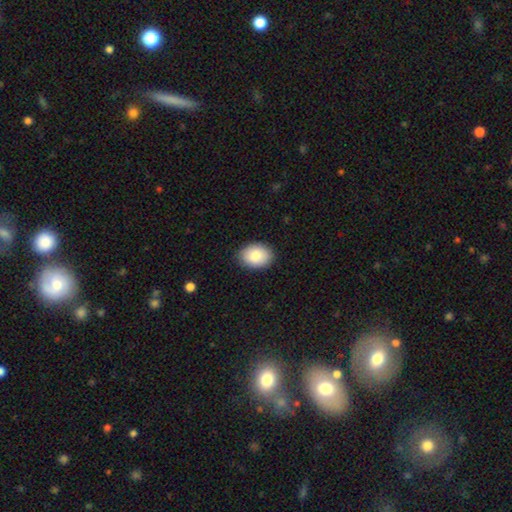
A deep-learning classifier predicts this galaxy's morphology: Smooth or featured? Predicted: smooth (p=0.86). How rounded? Predicted: in between (p=0.75). Merging? Predicted: none (p=0.88).